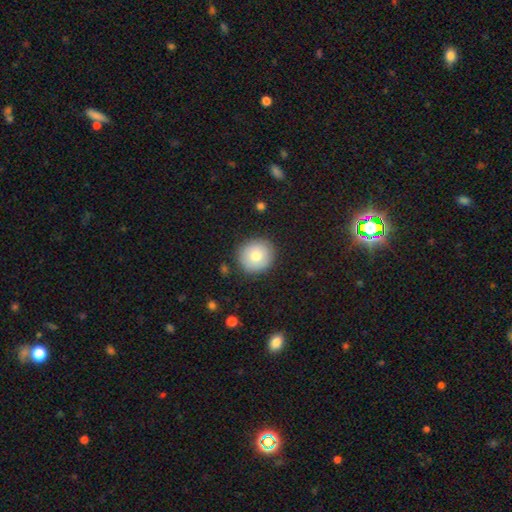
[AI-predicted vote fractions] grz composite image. It shows a smooth galaxy with no disk features (77%) that is round (91%). Merging: none (88%).